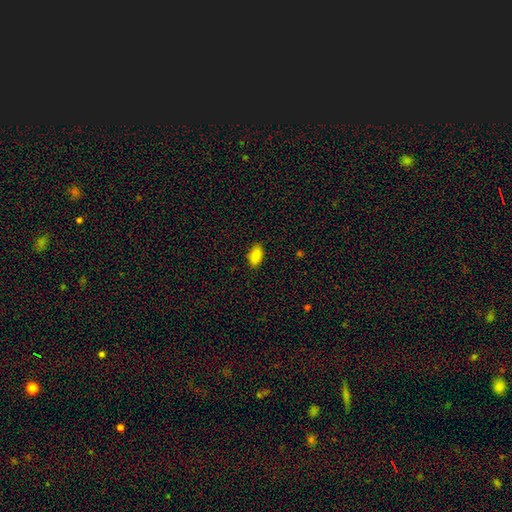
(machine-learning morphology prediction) A smooth galaxy with no disk features (86%) that is in between round and cigar-shaped (92%). Merging: none (87%).